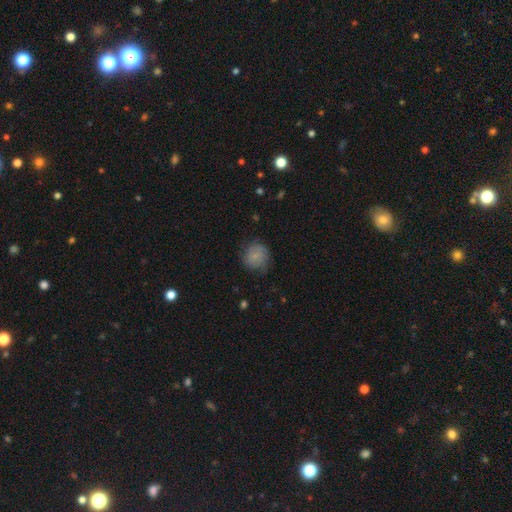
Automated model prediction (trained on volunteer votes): Smooth or featured? smooth (78%)
How rounded? round (87%)
Merging? none (70%)